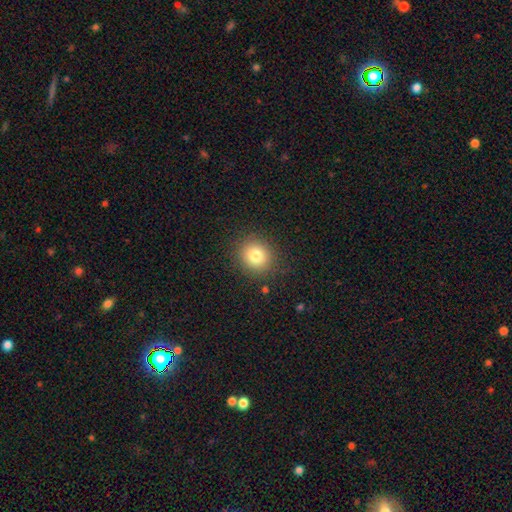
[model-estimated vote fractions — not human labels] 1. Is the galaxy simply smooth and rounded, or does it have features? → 80% smooth, 12% star or artifact, 8% featured or disk.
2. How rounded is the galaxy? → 86% round, 13% in between, 1% cigar-shaped.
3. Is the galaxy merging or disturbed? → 88% none, 8% minor disturbance, 3% major disturbance, 1% merger.